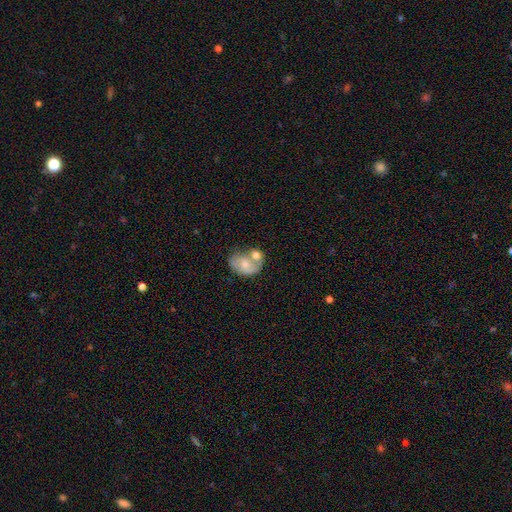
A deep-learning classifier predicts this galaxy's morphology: Overall: featured or disk (48%; smooth 37%). Merging: none (41%; merger 35%).